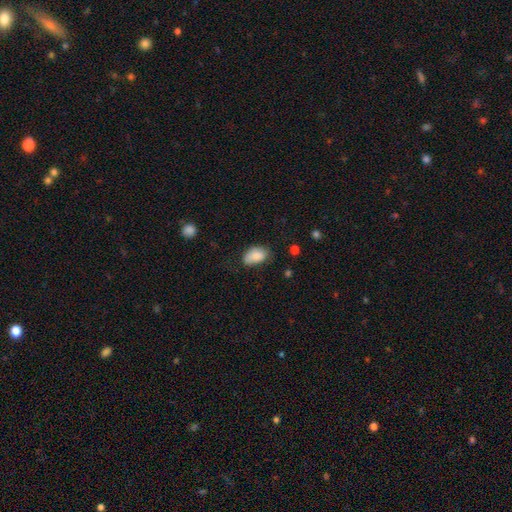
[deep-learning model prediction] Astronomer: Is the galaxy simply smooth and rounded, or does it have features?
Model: smooth — 85%.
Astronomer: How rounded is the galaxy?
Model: in between — 89%.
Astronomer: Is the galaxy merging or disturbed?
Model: none — 58%.